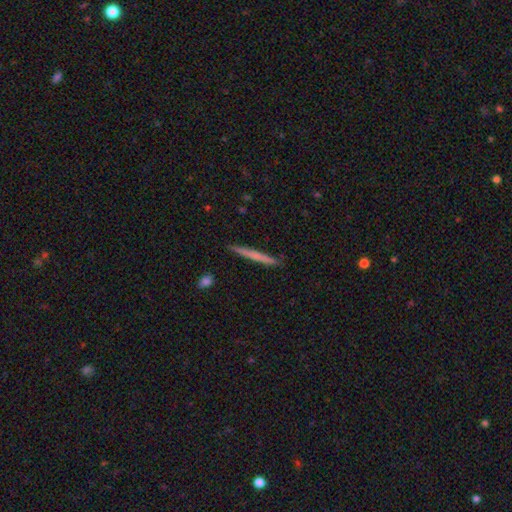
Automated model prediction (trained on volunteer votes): A smooth galaxy with no disk features (56%) that is cigar-shaped (96%). Merging: none (90%).